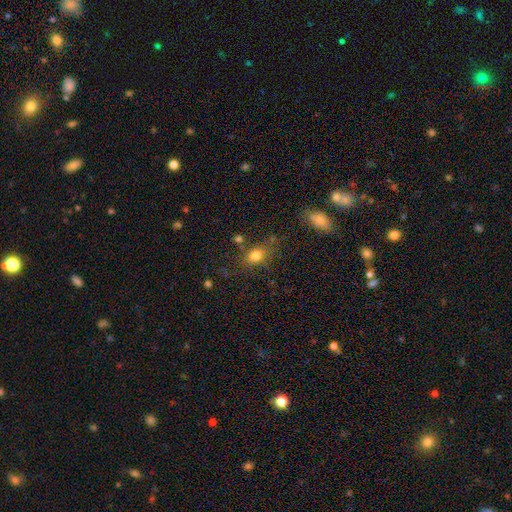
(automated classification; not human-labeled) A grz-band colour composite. It shows a smooth galaxy with no disk features (78%) that is in between round and cigar-shaped (67%). Merging: none (69%).